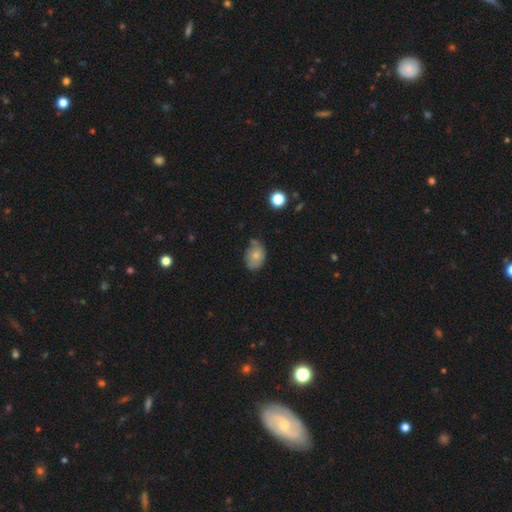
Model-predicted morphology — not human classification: smooth-or-featured: smooth: 73% | featured or disk: 18% | star or artifact: 9%
  how-rounded: in between: 71% | round: 28% | cigar-shaped: 1%
  merging: none: 52% | minor disturbance: 35% | major disturbance: 8% | merger: 6%